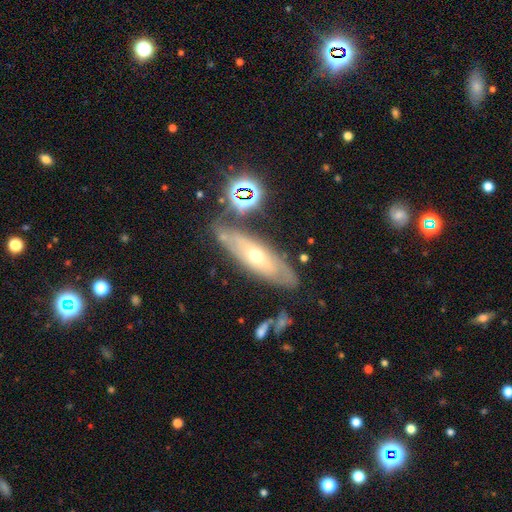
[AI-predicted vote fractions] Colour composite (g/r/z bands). It shows a featured or disk galaxy (65%). Merging: none (74%).